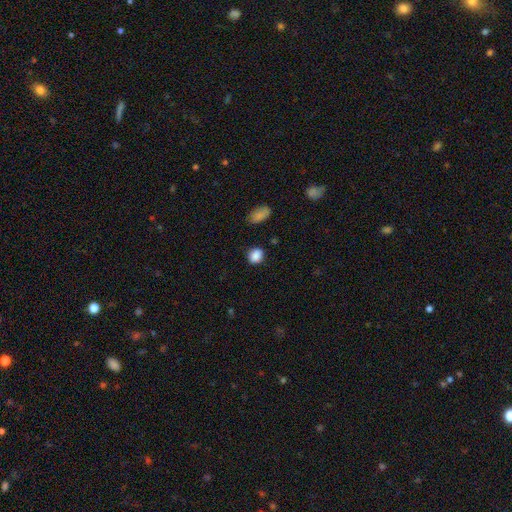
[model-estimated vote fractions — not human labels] Q: Smooth or featured?
A: smooth (88%); runner-up: star or artifact (9%)
Q: How rounded?
A: round (58%); runner-up: in between (40%)
Q: Merging?
A: none (82%); runner-up: minor disturbance (13%)